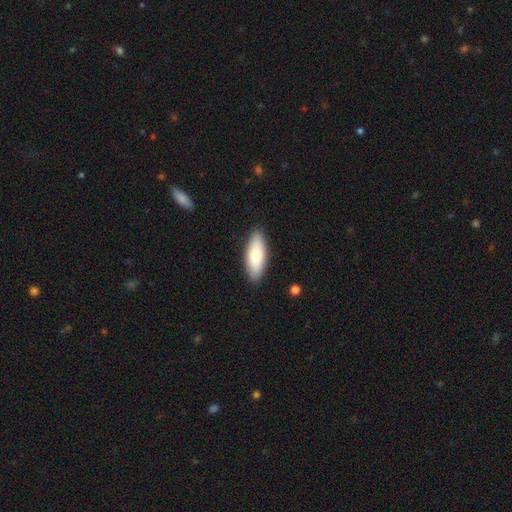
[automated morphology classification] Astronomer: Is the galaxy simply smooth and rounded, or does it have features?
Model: smooth — 78%.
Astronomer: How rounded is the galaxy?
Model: in between — 74%.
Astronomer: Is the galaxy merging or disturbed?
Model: none — 88%.